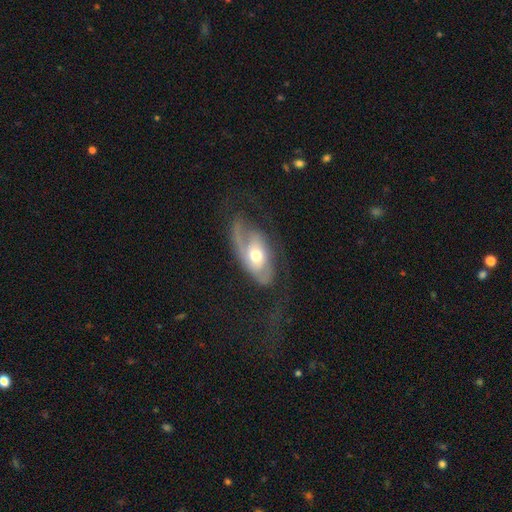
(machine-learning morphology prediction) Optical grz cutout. It shows a featured or disk galaxy (68%) with no bar (73%), spiral arms (77%) and a moderate central bulge (74%). Merging: none (46%).